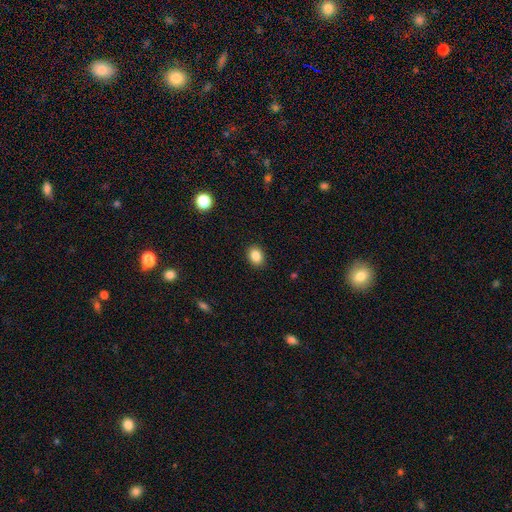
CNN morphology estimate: The model was most divided on "how rounded": in between: 61%, round: 38%, cigar-shaped: 1%. More confident: merging — none (90%); smooth or featured — smooth (86%).